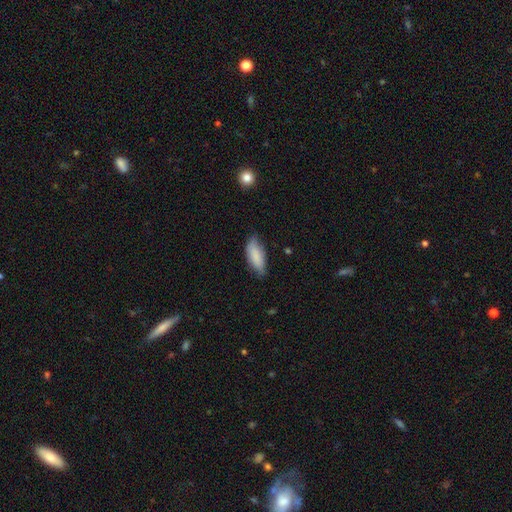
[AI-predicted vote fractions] Morphology: type=smooth (85%); roundness=in between (80%); merging=none (65%).